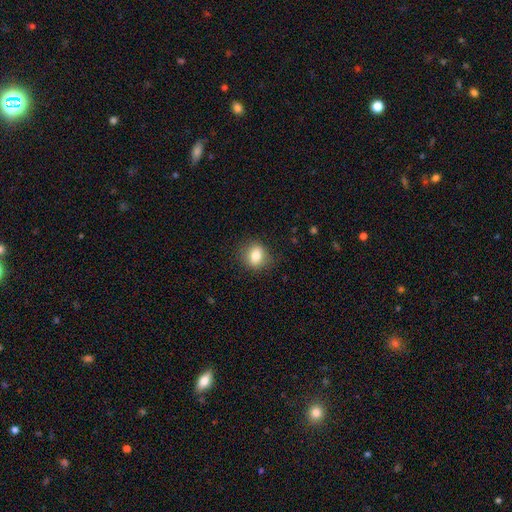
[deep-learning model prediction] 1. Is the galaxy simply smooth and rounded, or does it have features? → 79% smooth, 11% featured or disk, 10% star or artifact.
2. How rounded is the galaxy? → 62% round, 37% in between, 1% cigar-shaped.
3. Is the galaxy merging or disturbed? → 84% none, 12% minor disturbance, 3% major disturbance, 1% merger.